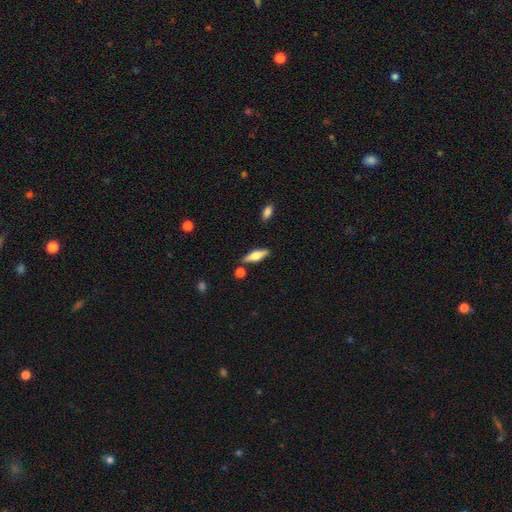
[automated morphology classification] Overall: smooth (49%; featured or disk 45%). Merging: none (81%).